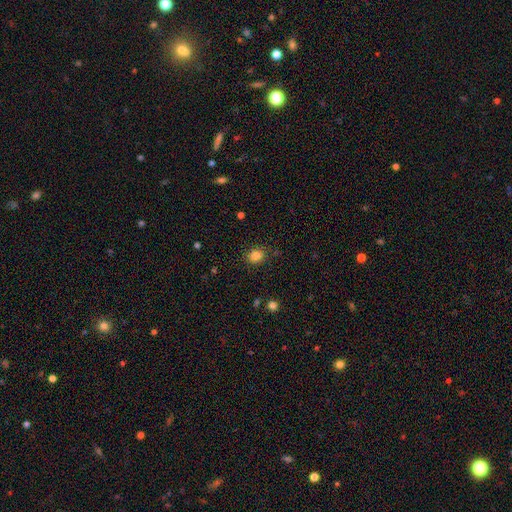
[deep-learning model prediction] The model was most divided on "how rounded": in between: 51%, round: 48%, cigar-shaped: 1%. More confident: merging — none (86%); smooth or featured — smooth (83%).